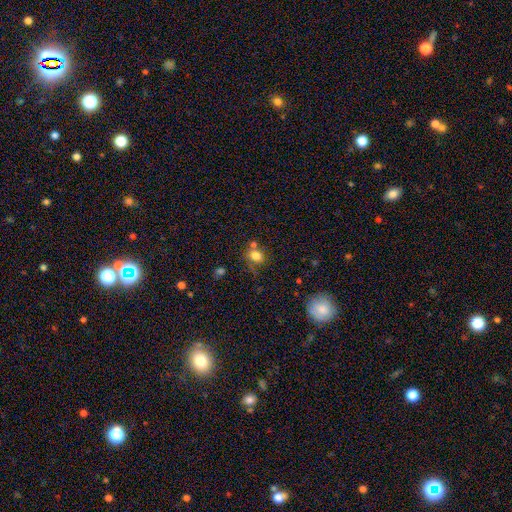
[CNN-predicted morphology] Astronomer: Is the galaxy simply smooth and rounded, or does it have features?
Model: smooth — 78%.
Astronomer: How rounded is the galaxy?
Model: round — 59% (runner-up: in between, 40%).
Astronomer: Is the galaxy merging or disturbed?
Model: none — 53%.